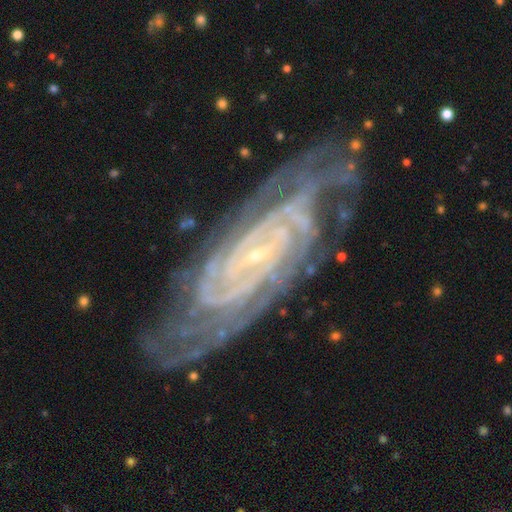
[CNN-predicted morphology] Q: Smooth or featured?
A: featured or disk (91%); runner-up: star or artifact (6%)
Q: Edge-on disk?
A: no (94%); runner-up: yes (6%)
Q: Bar?
A: no (47%); runner-up: weak (32%)
Q: Spiral arms?
A: yes (99%); runner-up: no (1%)
Q: Spiral winding?
A: tight (80%); runner-up: medium (17%)
Q: Spiral arm count?
A: 2 (23%); runner-up: can't tell (20%)
Q: Bulge size?
A: small (87%); runner-up: moderate (6%)
Q: Merging?
A: none (77%); runner-up: minor disturbance (16%)